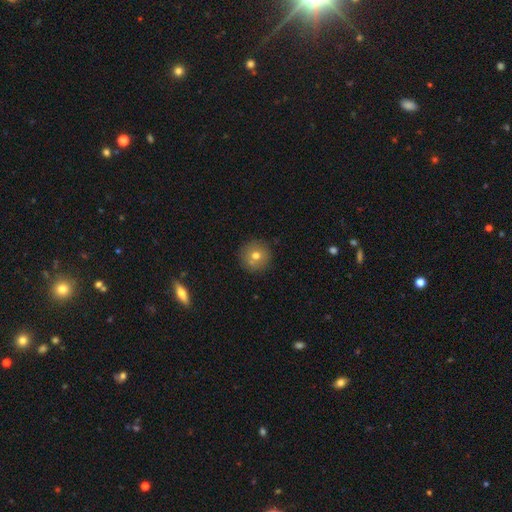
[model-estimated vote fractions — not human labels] Q: Smooth or featured?
A: smooth (72%); runner-up: featured or disk (16%)
Q: How rounded?
A: round (95%); runner-up: in between (4%)
Q: Merging?
A: none (87%); runner-up: minor disturbance (8%)